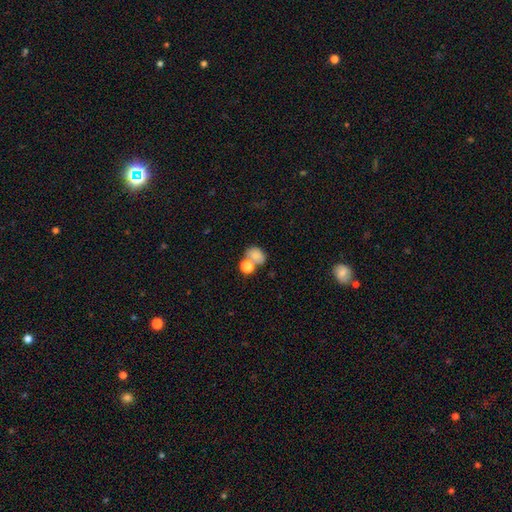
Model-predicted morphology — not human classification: Smooth or featured? Predicted: smooth (p=0.78). How rounded? Predicted: in between (p=0.60). Merging? Predicted: none (p=0.43).